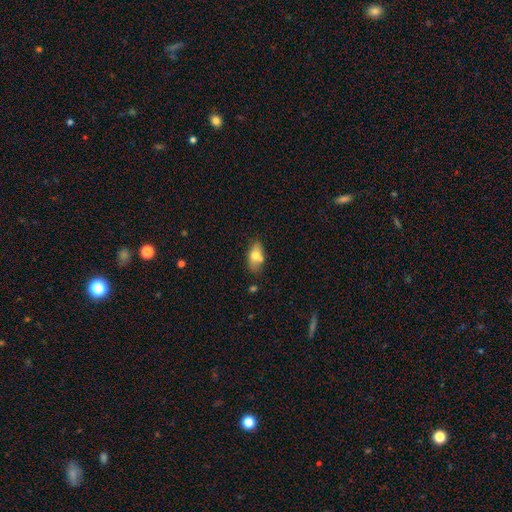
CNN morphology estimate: smooth 70%, featured or disk 22%, star or artifact 8%. Down the decision tree: how rounded — in between (87%); merging — none (64%).